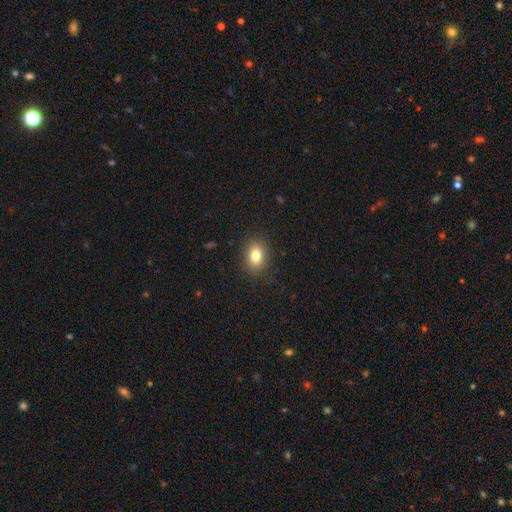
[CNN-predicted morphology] Smooth or featured: smooth — 81% (star or artifact — 10%)
How rounded: in between — 64% (round — 35%)
Merging: none — 88% (minor disturbance — 8%)